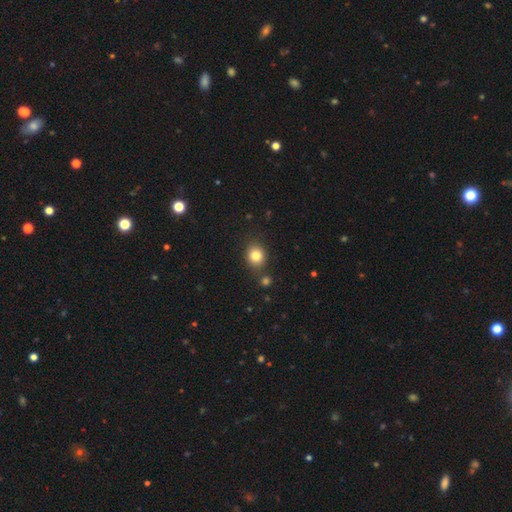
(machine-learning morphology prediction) Smooth or featured: smooth — 83% (star or artifact — 10%)
How rounded: round — 68% (in between — 32%)
Merging: none — 78% (minor disturbance — 11%)